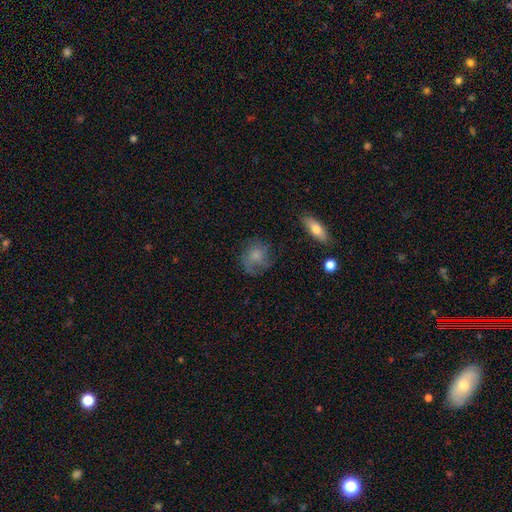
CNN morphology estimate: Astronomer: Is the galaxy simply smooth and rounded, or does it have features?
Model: smooth — 57% (runner-up: featured or disk, 33%).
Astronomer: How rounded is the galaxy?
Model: round — 62%.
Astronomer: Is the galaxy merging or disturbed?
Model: none — 54%.